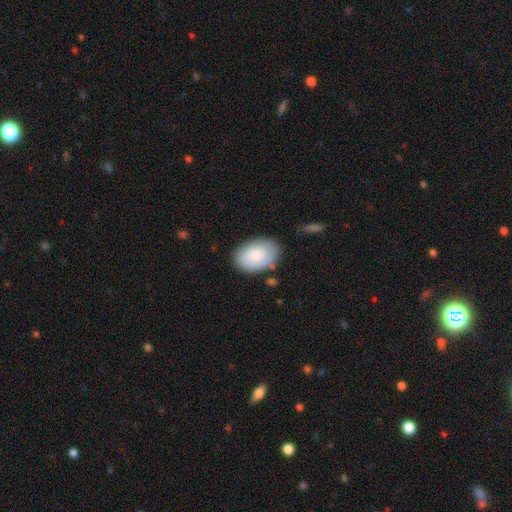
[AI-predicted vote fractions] Morphology: type=smooth (83%); roundness=in between (86%); merging=none (80%).